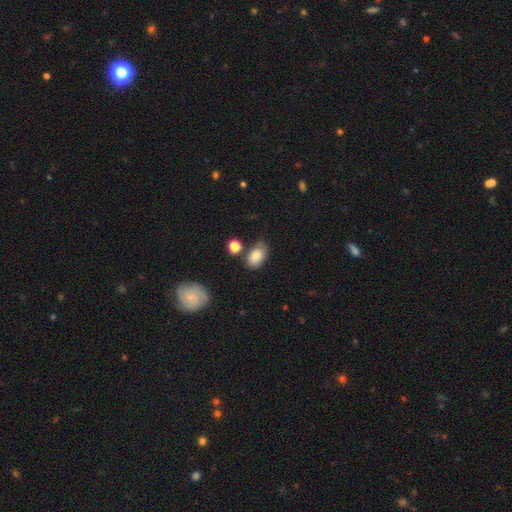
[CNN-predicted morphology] smooth 79%, featured or disk 12%, star or artifact 9%. Down the decision tree: how rounded — in between (85%); merging — none (63%).